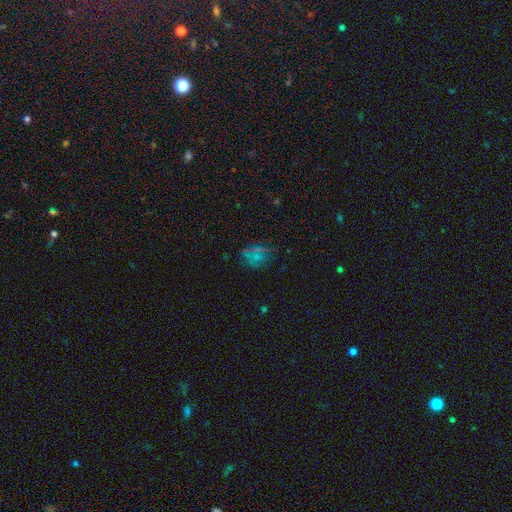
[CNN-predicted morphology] A smooth galaxy with no disk features (48%). Merging: none (68%).